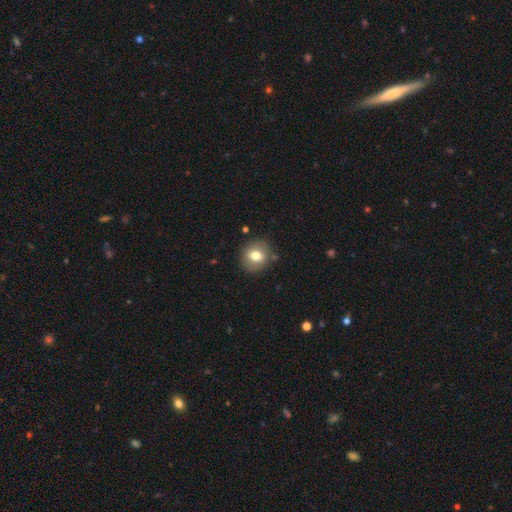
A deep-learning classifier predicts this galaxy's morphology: Q: Smooth or featured?
A: smooth (73%); runner-up: featured or disk (17%)
Q: How rounded?
A: round (79%); runner-up: in between (20%)
Q: Merging?
A: none (84%); runner-up: minor disturbance (11%)